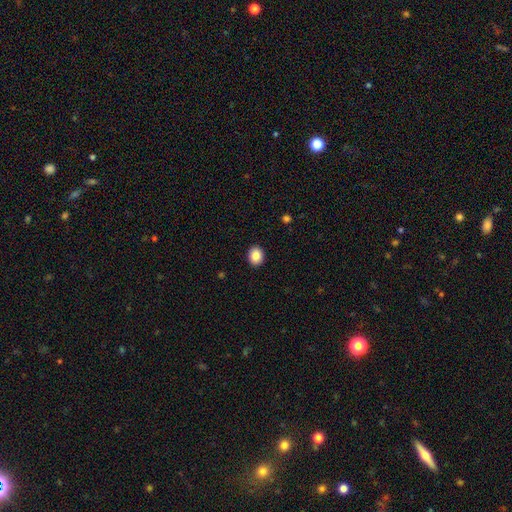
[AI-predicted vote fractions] smooth-or-featured: smooth: 87% | star or artifact: 9% | featured or disk: 5%
  how-rounded: round: 59% | in between: 40% | cigar-shaped: 1%
  merging: none: 92% | minor disturbance: 6% | major disturbance: 2% | merger: 1%